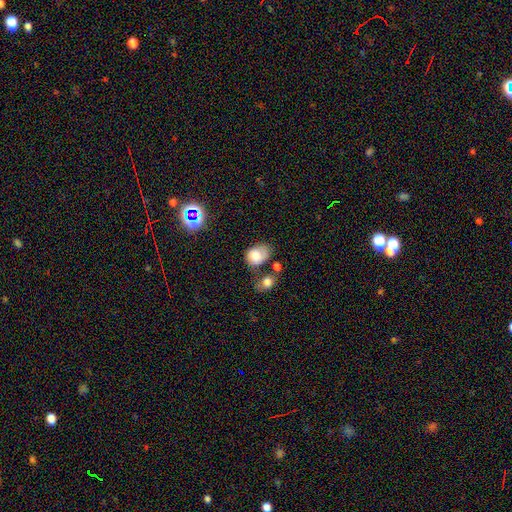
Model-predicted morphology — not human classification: smooth 64%, featured or disk 26%, star or artifact 10%. Down the decision tree: how rounded — in between (64%); merging — none (39%).